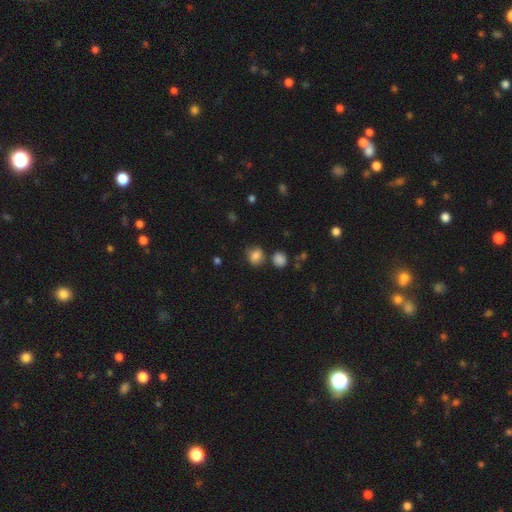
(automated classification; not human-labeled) Smooth or featured?
  - smooth: 82% *
  - star or artifact: 11%
  - featured or disk: 6%
How rounded?
  - round: 71% *
  - in between: 28%
  - cigar-shaped: 1%
Merging?
  - none: 73% *
  - minor disturbance: 14%
  - merger: 8%
  - major disturbance: 4%